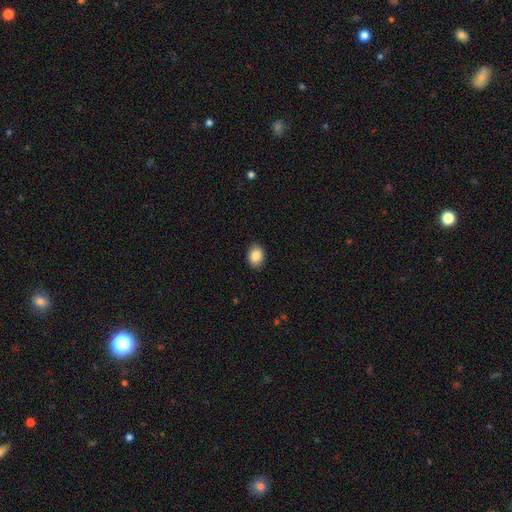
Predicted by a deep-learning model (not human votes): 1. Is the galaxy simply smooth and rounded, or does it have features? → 86% smooth, 8% star or artifact, 6% featured or disk.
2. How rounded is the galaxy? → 68% in between, 31% round, 1% cigar-shaped.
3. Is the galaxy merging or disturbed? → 89% none, 8% minor disturbance, 2% major disturbance, 1% merger.